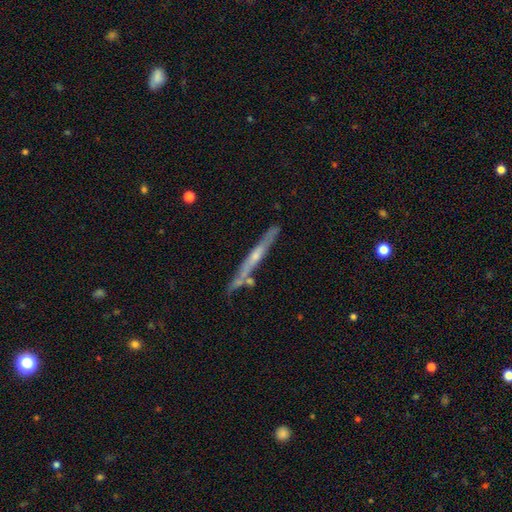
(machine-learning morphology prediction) Q: Smooth or featured?
A: featured or disk (71%); runner-up: smooth (22%)
Q: Edge-on disk?
A: yes (96%); runner-up: no (4%)
Q: Edge-on bulge?
A: rounded (61%); runner-up: none (33%)
Q: Merging?
A: none (78%); runner-up: minor disturbance (14%)